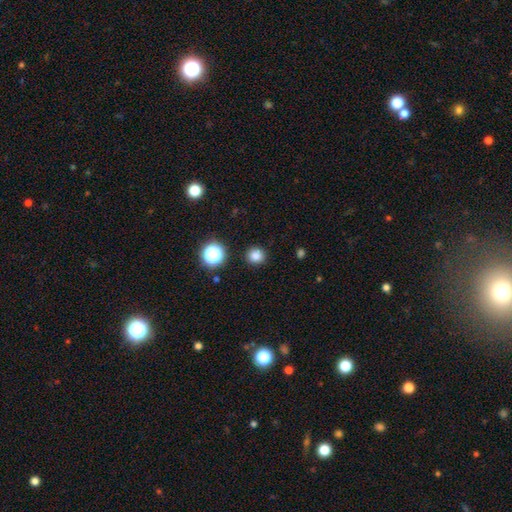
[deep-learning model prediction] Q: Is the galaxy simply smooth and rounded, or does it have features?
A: smooth — 82%.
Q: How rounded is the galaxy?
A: round — 93%.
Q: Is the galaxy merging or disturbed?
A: none — 91%.